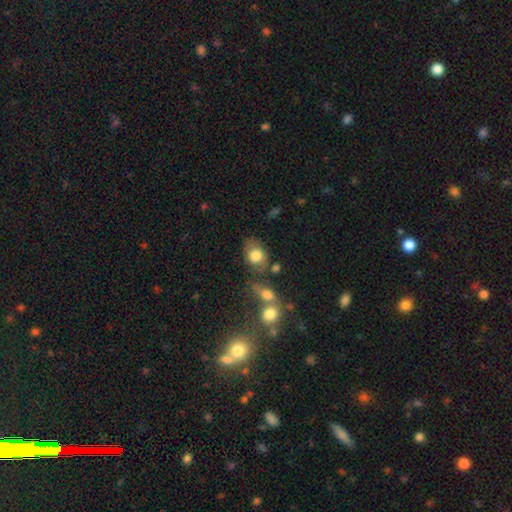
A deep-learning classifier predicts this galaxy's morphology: smooth_or_featured: smooth (p=0.75) [alt: featured or disk p=0.17]
how_rounded: in between (p=0.66) [alt: round p=0.32]
merging: none (p=0.58) [alt: minor disturbance p=0.20]